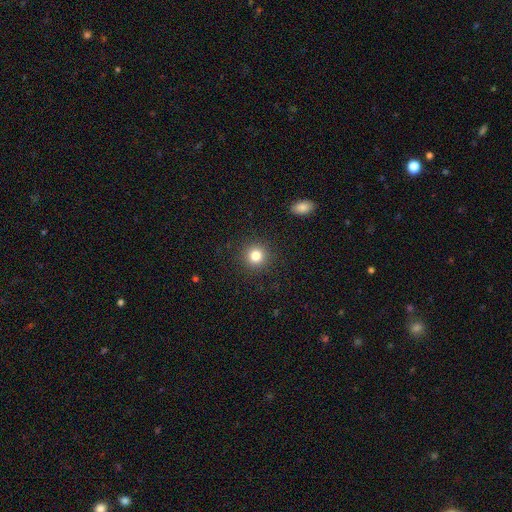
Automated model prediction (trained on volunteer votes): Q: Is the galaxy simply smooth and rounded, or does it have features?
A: smooth — 81%.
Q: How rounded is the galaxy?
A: round — 94%.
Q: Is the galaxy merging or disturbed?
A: none — 91%.